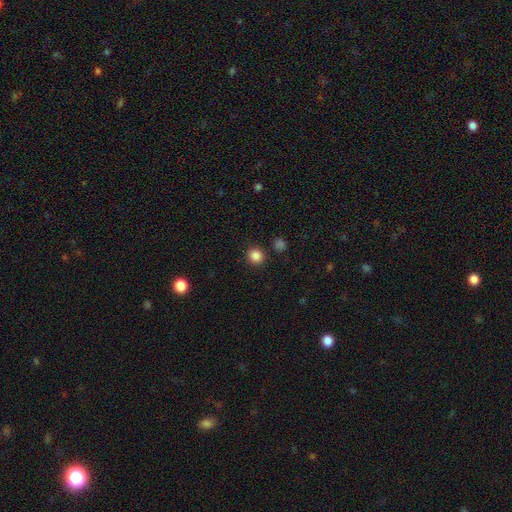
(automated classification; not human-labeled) Q: Smooth or featured?
A: smooth (85%); runner-up: star or artifact (12%)
Q: How rounded?
A: round (90%); runner-up: in between (9%)
Q: Merging?
A: none (90%); runner-up: minor disturbance (5%)